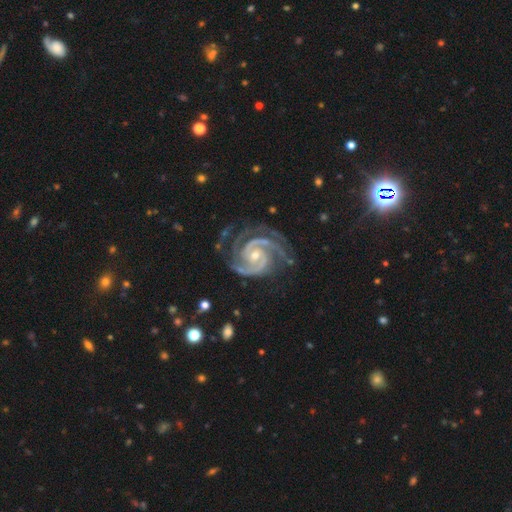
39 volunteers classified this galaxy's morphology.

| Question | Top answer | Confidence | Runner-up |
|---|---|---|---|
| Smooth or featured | featured or disk | 90% | star or artifact (8%) |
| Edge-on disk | no | 94% | yes (6%) |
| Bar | weak | 39% | tied: no (39%) |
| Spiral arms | yes | 100% | — |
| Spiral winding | tight | 67% | medium (30%) |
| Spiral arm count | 2 | 48% | 3 (45%) |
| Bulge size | moderate | 61% | small (39%) |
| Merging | none | 67% | minor disturbance (22%) |